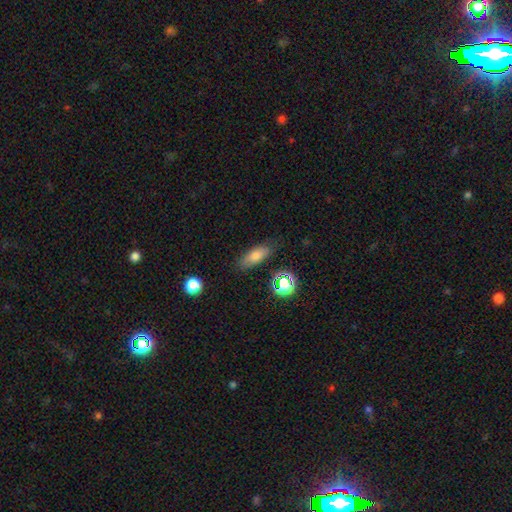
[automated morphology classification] Smooth or featured: smooth — 75% (featured or disk — 14%)
How rounded: in between — 70% (cigar-shaped — 25%)
Merging: none — 80% (minor disturbance — 14%)